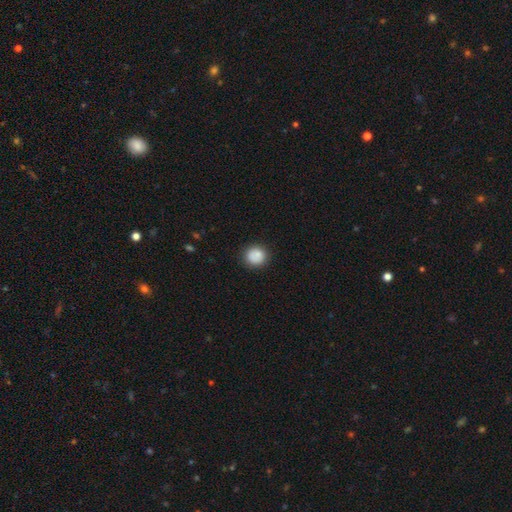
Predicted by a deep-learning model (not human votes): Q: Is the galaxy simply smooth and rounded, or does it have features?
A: smooth — 85%.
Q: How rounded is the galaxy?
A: round — 88%.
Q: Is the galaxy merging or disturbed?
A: none — 87%.